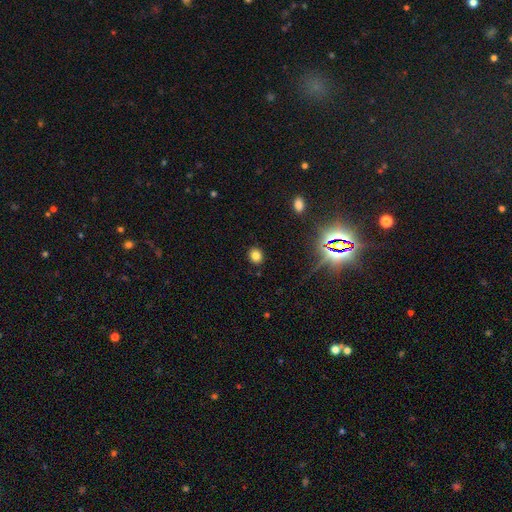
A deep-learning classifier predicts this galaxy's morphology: smooth-or-featured: smooth: 78% | star or artifact: 16% | featured or disk: 6%
  how-rounded: round: 72% | in between: 26% | cigar-shaped: 1%
  merging: none: 89% | minor disturbance: 7% | major disturbance: 2% | merger: 1%